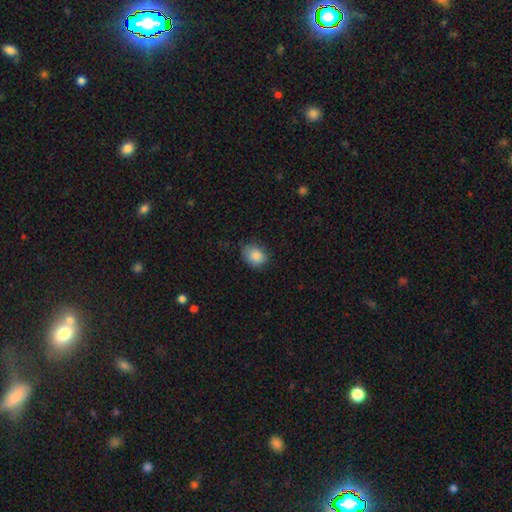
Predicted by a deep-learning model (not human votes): smooth 86%, star or artifact 8%, featured or disk 6%. Down the decision tree: how rounded — in between (57%); merging — none (70%).